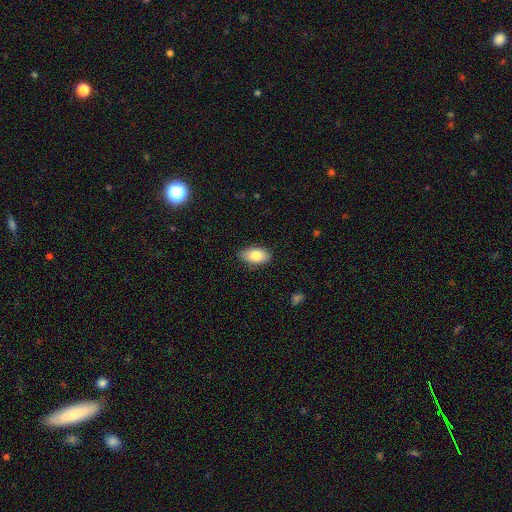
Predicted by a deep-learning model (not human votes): Overall: smooth (83%). How rounded: in between (93%). Merging: none (84%).